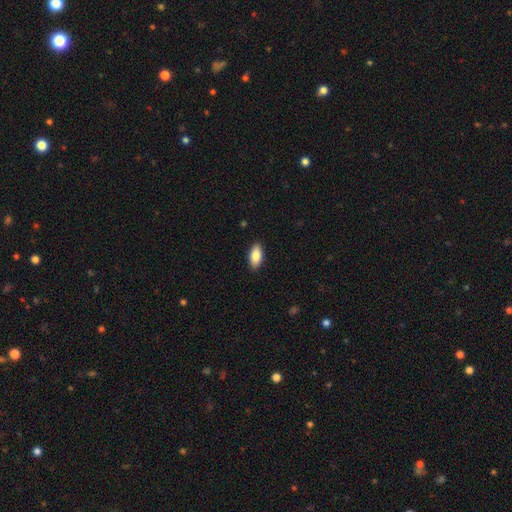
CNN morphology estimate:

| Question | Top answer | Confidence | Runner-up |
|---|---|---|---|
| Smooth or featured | smooth | 85% | featured or disk (8%) |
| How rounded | in between | 90% | cigar-shaped (8%) |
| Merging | none | 89% | minor disturbance (8%) |